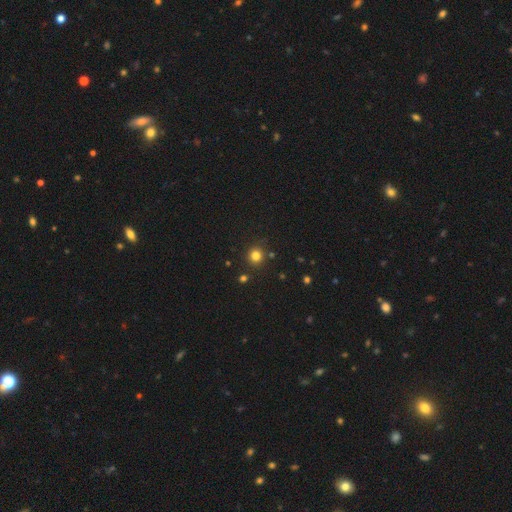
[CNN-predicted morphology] Smooth or featured?
  - smooth: 80% *
  - star or artifact: 15%
  - featured or disk: 5%
How rounded?
  - round: 92% *
  - in between: 7%
  - cigar-shaped: 1%
Merging?
  - none: 86% *
  - minor disturbance: 7%
  - merger: 4%
  - major disturbance: 2%